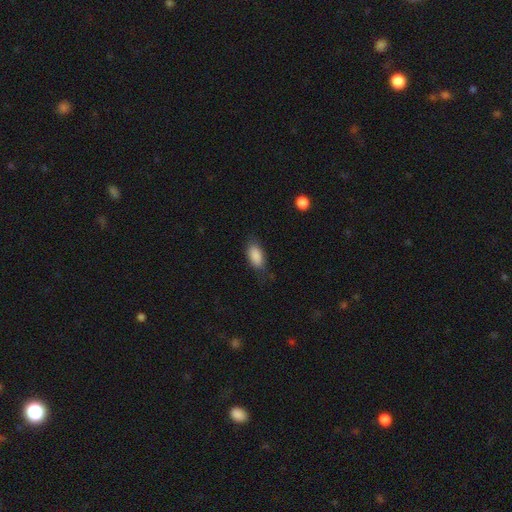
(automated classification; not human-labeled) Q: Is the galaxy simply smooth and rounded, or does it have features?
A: smooth — 88%.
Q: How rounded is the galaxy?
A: in between — 90%.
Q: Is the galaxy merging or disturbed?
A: none — 75%.